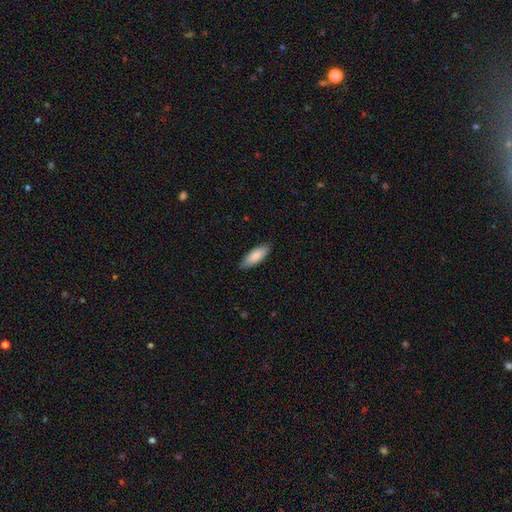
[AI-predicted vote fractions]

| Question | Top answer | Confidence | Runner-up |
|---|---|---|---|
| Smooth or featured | smooth | 84% | featured or disk (11%) |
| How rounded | in between | 71% | cigar-shaped (28%) |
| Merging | none | 85% | minor disturbance (12%) |